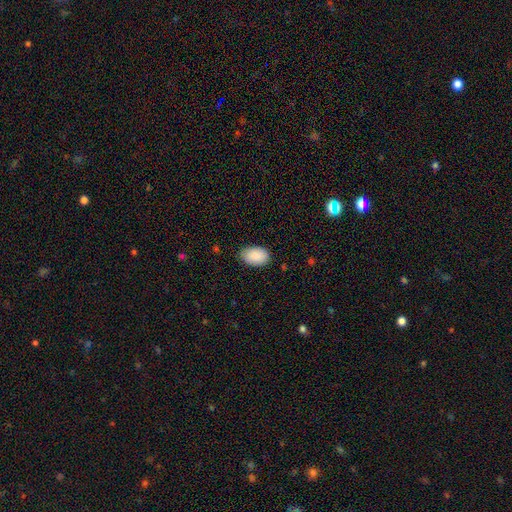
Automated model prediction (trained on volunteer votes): A smooth galaxy with no disk features (90%) that is in between round and cigar-shaped (92%).

Vote fractions:
- Smooth or featured? smooth: 90% / star or artifact: 6% / featured or disk: 4%
- How rounded? in between: 92% / round: 7% / cigar-shaped: 1%
- Merging? none: 83% / minor disturbance: 14% / major disturbance: 2% / merger: 1%